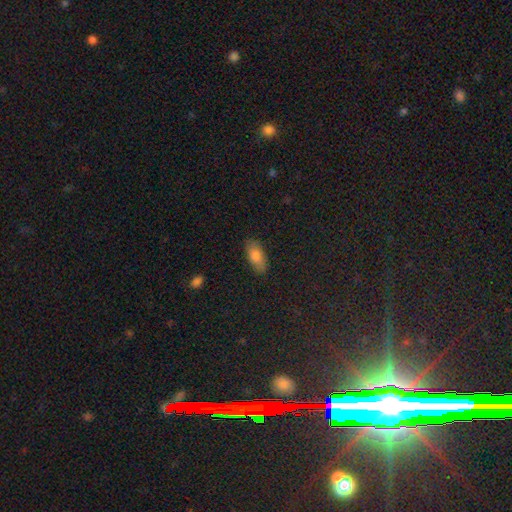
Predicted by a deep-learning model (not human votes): A smooth galaxy with no disk features (81%) that is in between round and cigar-shaped (87%). Merging: none (84%).